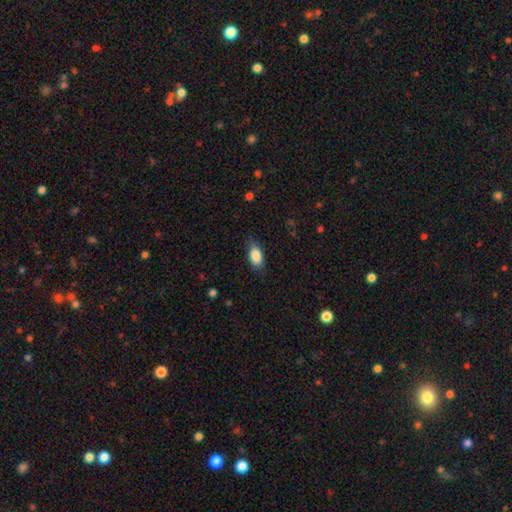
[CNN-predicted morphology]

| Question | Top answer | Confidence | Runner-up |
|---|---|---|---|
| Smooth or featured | smooth | 86% | featured or disk (8%) |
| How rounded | in between | 89% | cigar-shaped (6%) |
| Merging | none | 76% | minor disturbance (19%) |